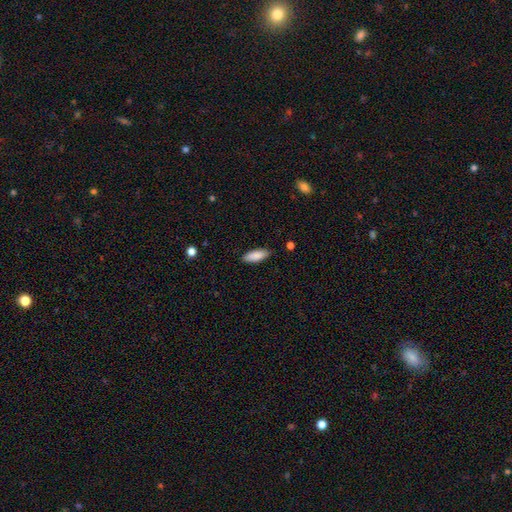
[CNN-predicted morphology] Smooth or featured?
  - smooth: 88% *
  - featured or disk: 6%
  - star or artifact: 6%
How rounded?
  - in between: 70% *
  - cigar-shaped: 29%
  - round: 2%
Merging?
  - none: 87% *
  - minor disturbance: 10%
  - major disturbance: 2%
  - merger: 1%